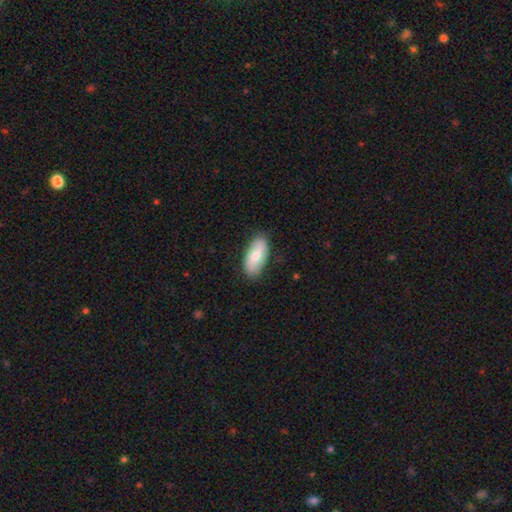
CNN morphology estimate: smooth 66%, featured or disk 28%, star or artifact 5%. Down the decision tree: how rounded — in between (91%); merging — none (84%).